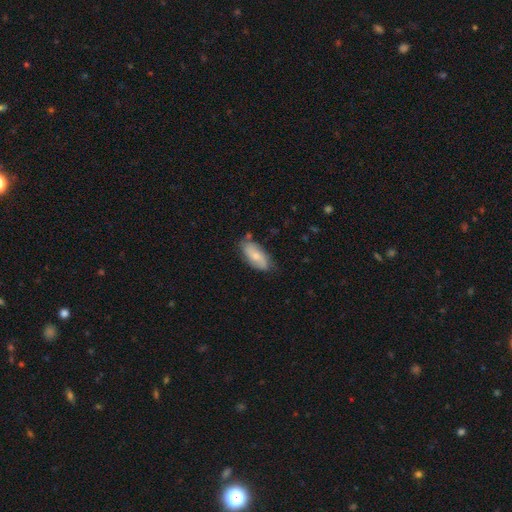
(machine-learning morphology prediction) smooth_or_featured: smooth (p=0.58) [alt: featured or disk p=0.36]
how_rounded: in between (p=0.88) [alt: cigar-shaped p=0.09]
merging: none (p=0.72) [alt: minor disturbance p=0.21]